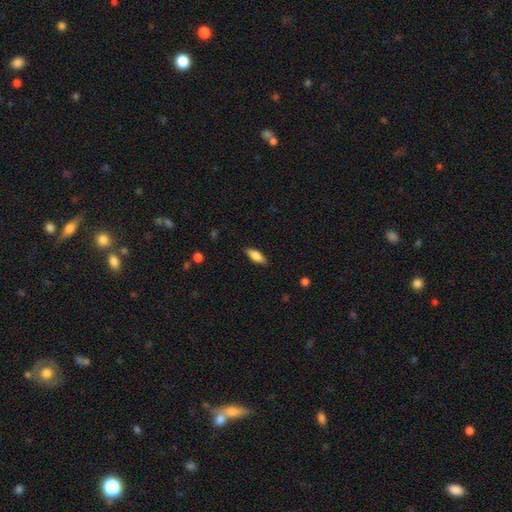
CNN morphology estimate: Overall: smooth (80%). How rounded: in between (70%). Merging: none (87%).